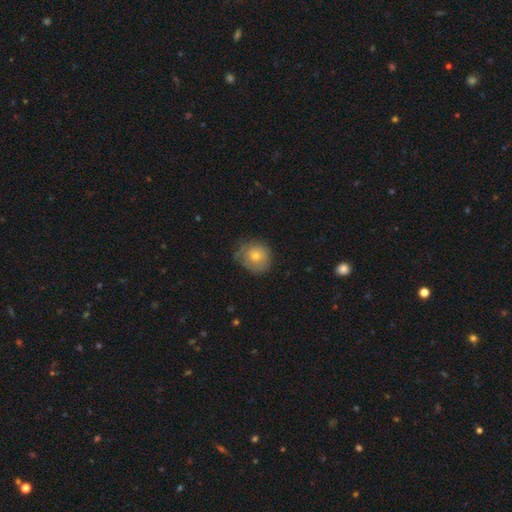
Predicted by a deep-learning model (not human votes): Morphology: type=smooth (67%); roundness=round (82%); merging=none (65%).